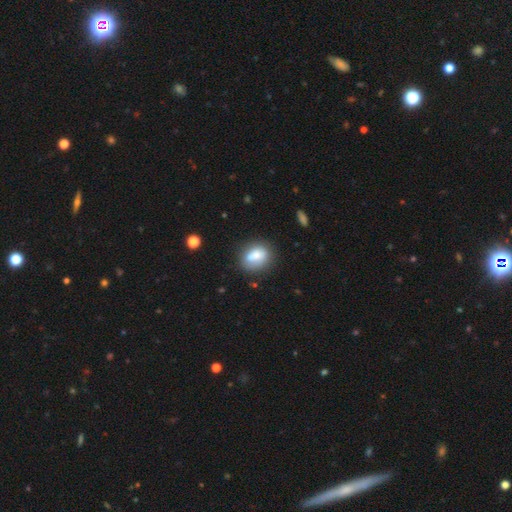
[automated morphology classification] Smooth or featured? Predicted: smooth (p=0.77). How rounded? Predicted: in between (p=0.61). Merging? Predicted: none (p=0.68).